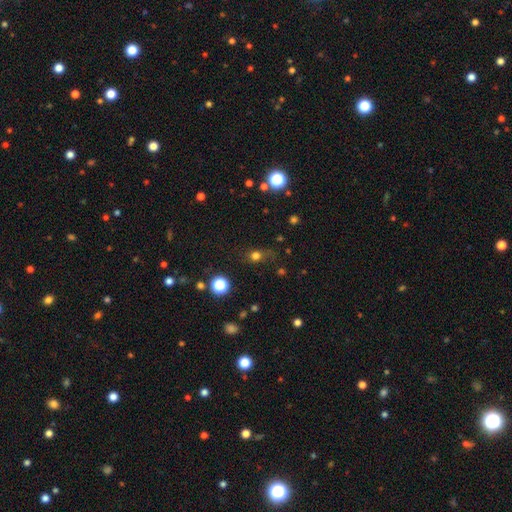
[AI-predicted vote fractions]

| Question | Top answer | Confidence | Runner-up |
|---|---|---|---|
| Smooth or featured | smooth | 70% | star or artifact (22%) |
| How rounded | round | 61% | in between (35%) |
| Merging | none | 63% | minor disturbance (21%) |